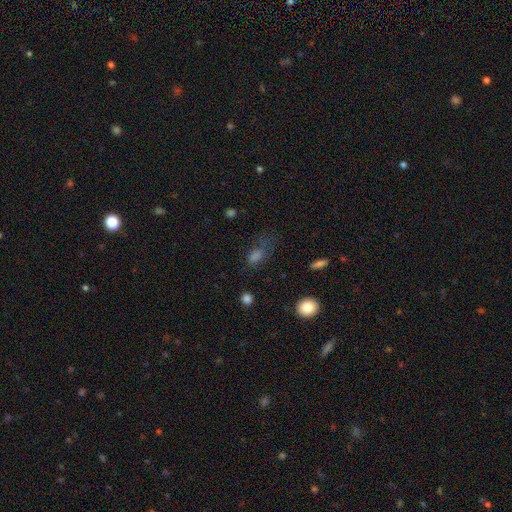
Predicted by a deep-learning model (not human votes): Smooth or featured? smooth (63%)
How rounded? in between (71%)
Merging? none (45%)